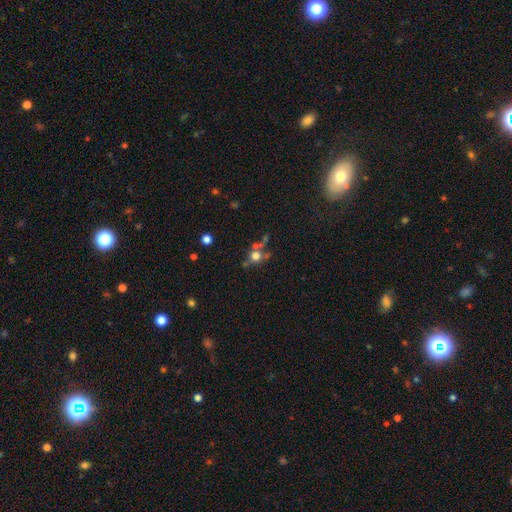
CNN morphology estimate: smooth_or_featured: smooth (p=0.62) [alt: star or artifact p=0.20]
how_rounded: round (p=0.86) [alt: in between p=0.12]
merging: none (p=0.53) [alt: merger p=0.28]